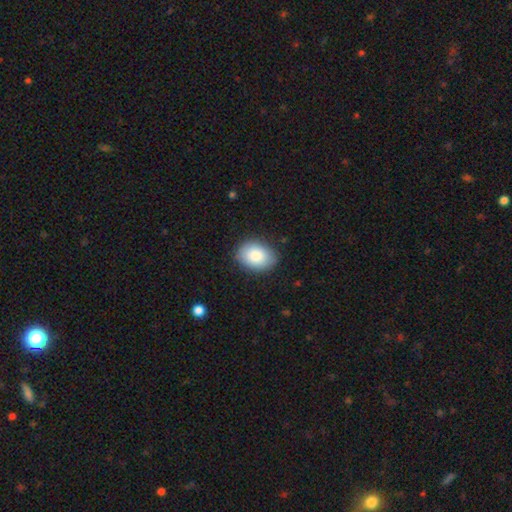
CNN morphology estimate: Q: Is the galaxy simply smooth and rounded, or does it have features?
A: smooth — 85%.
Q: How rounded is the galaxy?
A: in between — 75%.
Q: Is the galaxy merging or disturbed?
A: none — 84%.